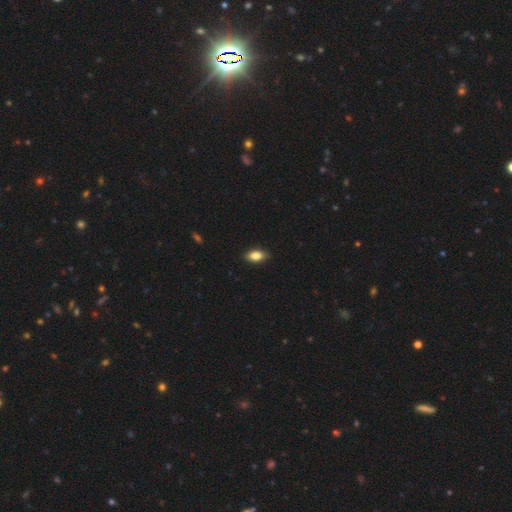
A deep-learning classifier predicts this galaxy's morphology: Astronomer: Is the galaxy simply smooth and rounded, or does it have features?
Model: smooth — 85%.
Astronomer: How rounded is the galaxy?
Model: in between — 89%.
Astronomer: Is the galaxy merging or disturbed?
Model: none — 86%.